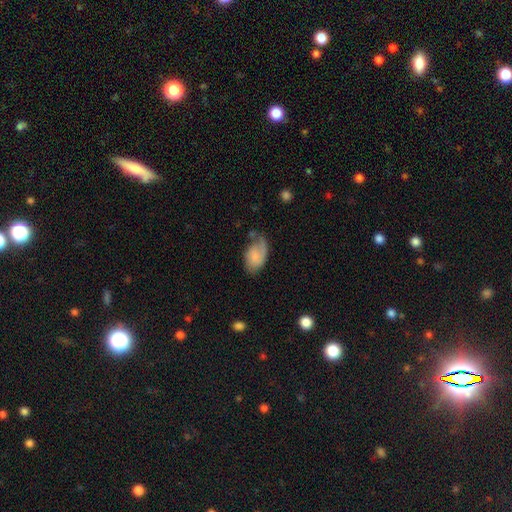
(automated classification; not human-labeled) Q: Smooth or featured?
A: smooth (57%); runner-up: featured or disk (35%)
Q: How rounded?
A: in between (89%); runner-up: round (9%)
Q: Merging?
A: none (41%); runner-up: minor disturbance (33%)